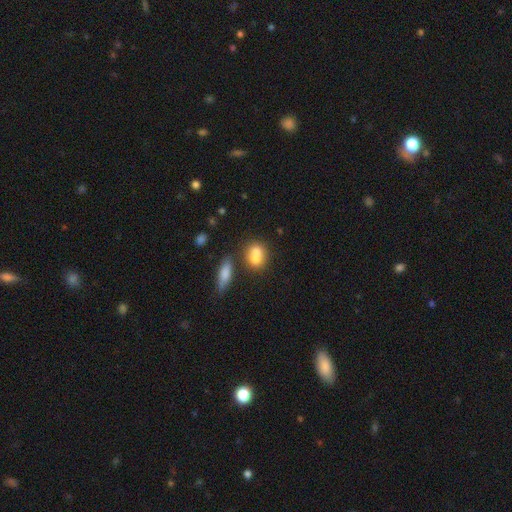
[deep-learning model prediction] Smooth or featured?
  - smooth: 73% *
  - featured or disk: 18%
  - star or artifact: 9%
How rounded?
  - round: 53% *
  - in between: 43%
  - cigar-shaped: 3%
Merging?
  - merger: 57% *
  - none: 31%
  - minor disturbance: 9%
  - major disturbance: 4%